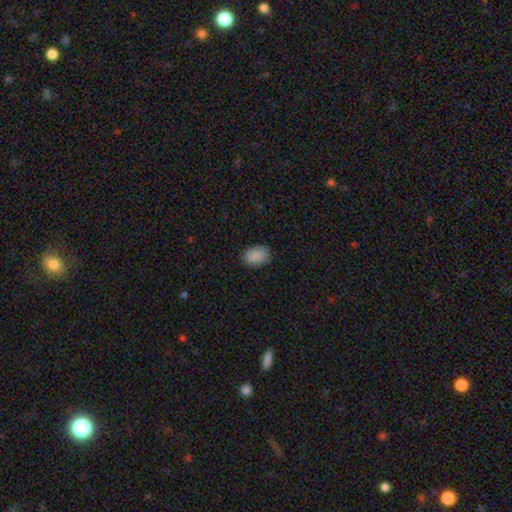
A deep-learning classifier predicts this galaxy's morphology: This is clearly a smooth galaxy (89%). How rounded: likely in between (78%). Merging: clearly none (86%).